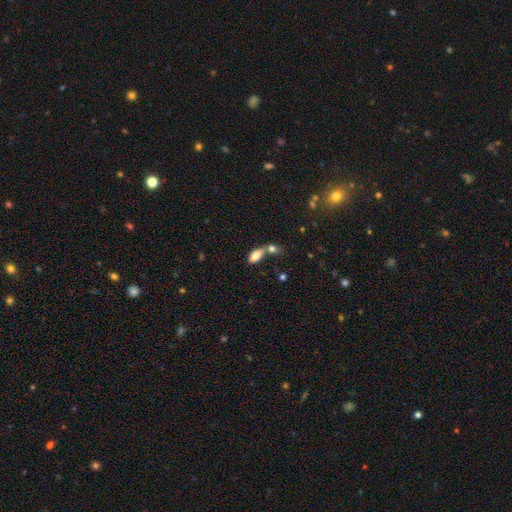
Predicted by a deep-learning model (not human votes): A smooth galaxy with no disk features (82%) that is in between round and cigar-shaped (89%). Merging: merger (49%).